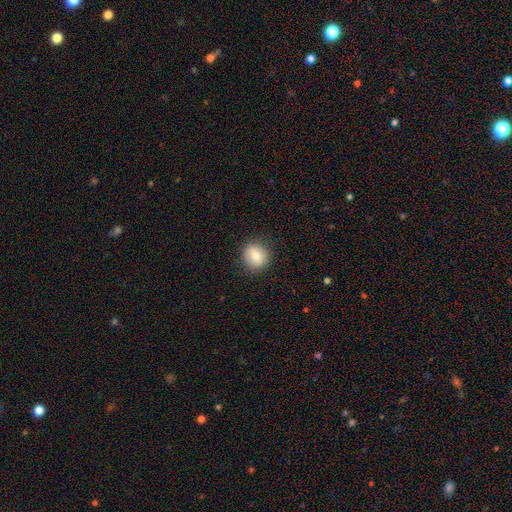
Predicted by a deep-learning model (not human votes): Smooth or featured: smooth — 81% (featured or disk — 10%)
How rounded: round — 85% (in between — 14%)
Merging: none — 88% (minor disturbance — 8%)